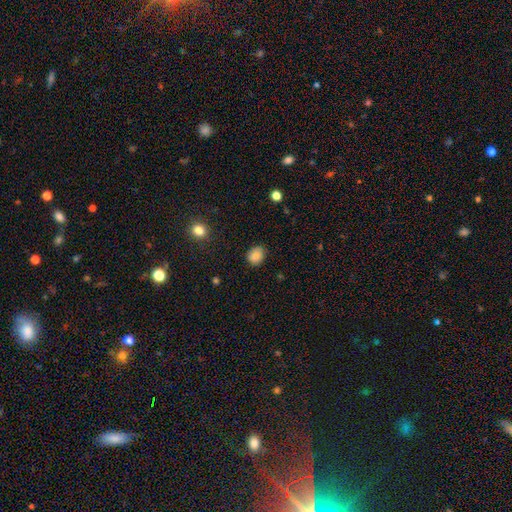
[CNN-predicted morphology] Smooth or featured? smooth (85%)
How rounded? round (64%)
Merging? none (80%)